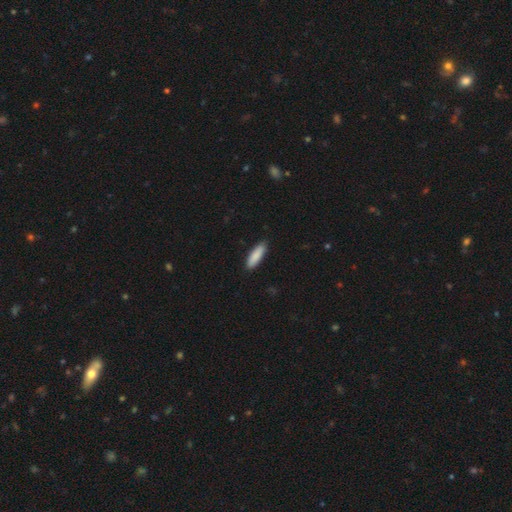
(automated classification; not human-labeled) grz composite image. It shows a smooth galaxy with no disk features (89%) that is cigar-shaped (50%). Merging: none (88%).